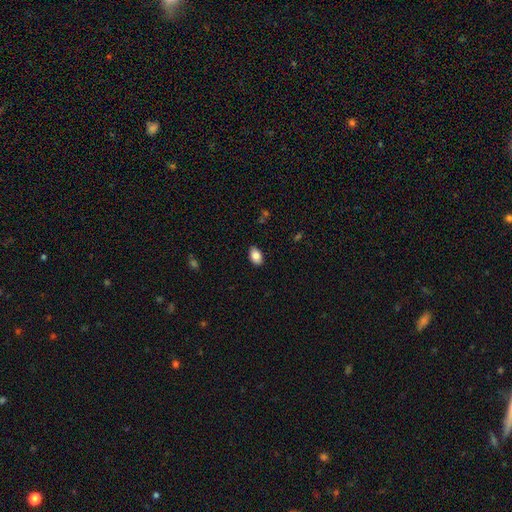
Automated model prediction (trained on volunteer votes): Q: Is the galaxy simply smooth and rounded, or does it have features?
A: smooth — 86%.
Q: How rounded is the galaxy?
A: in between — 90%.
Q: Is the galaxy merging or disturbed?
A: none — 88%.